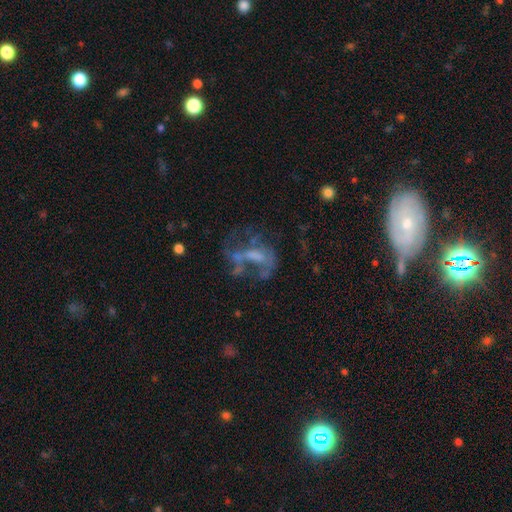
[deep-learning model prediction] Overall: featured or disk (63%). Edge-on disk: no (97%). Bar: no (59%; weak 29%). Spiral arms: no (62%; yes 38%). Bulge size: none (49%; moderate 24%). Merging: major disturbance (41%; none 33%).